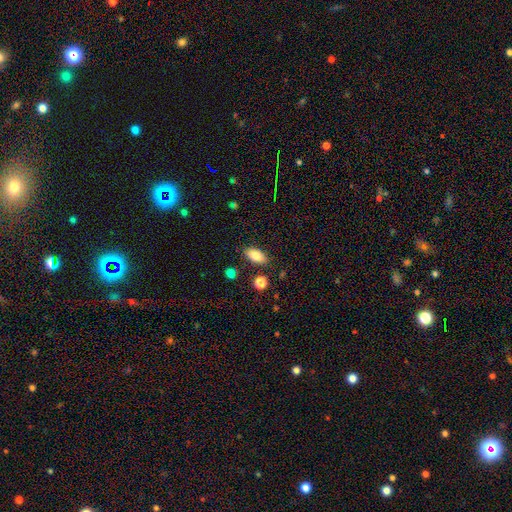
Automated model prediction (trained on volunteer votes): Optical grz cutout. It shows a smooth galaxy with no disk features (81%) that is in between round and cigar-shaped (89%). Merging: none (85%).